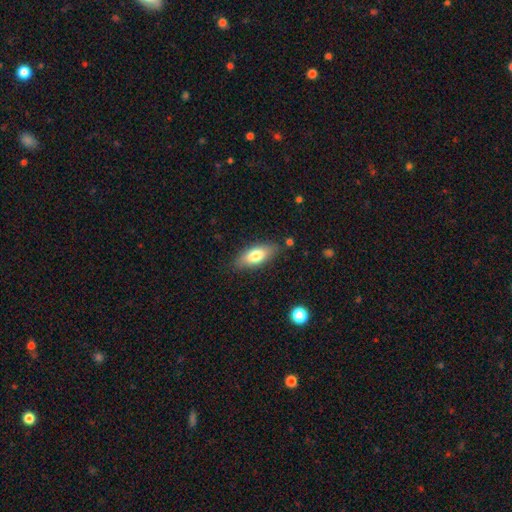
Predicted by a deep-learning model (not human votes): This appears to be a smooth galaxy with no disk features (75%) that is in between round and cigar-shaped (78%). Merging: none (82%).